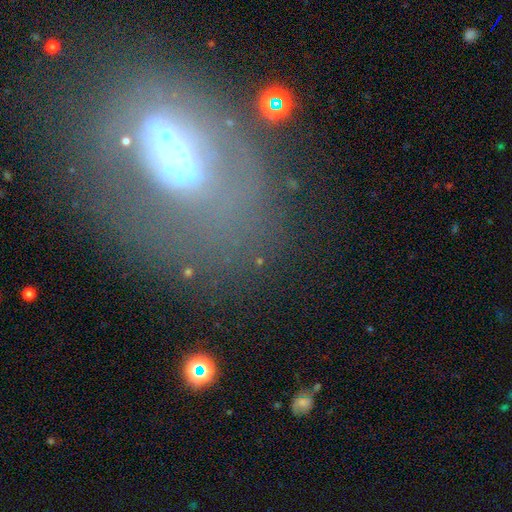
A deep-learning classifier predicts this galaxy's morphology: smooth-or-featured: featured or disk: 46% | smooth: 29% | star or artifact: 24%
  merging: none: 49% | major disturbance: 24% | minor disturbance: 17% | merger: 10%